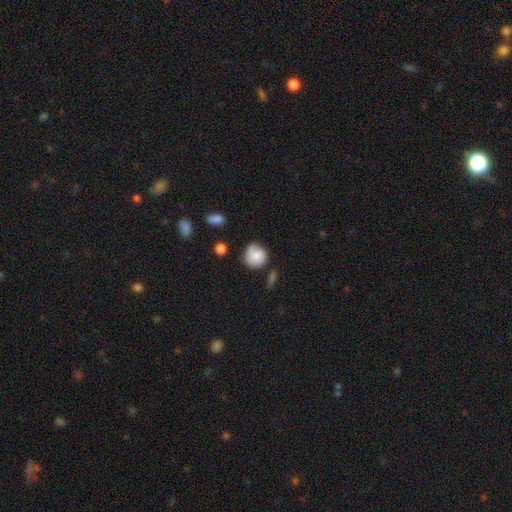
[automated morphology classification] A smooth galaxy with no disk features (80%) that is round (83%).

Vote fractions:
- Smooth or featured? smooth: 80% / featured or disk: 13% / star or artifact: 8%
- How rounded? round: 83% / in between: 16% / cigar-shaped: 1%
- Merging? none: 55% / minor disturbance: 32% / major disturbance: 8% / merger: 5%